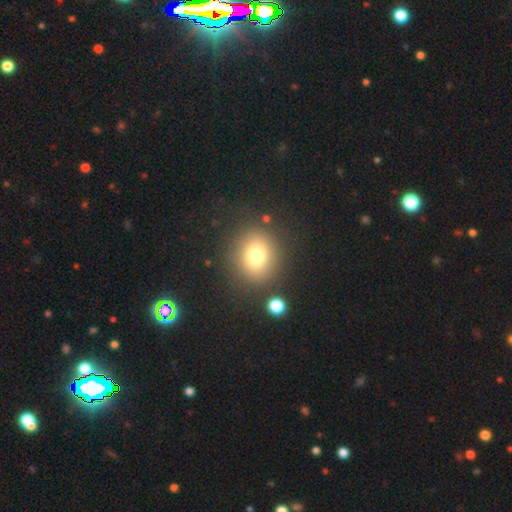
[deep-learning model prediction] A smooth galaxy with no disk features (75%) that is round (79%). Merging: none (83%).